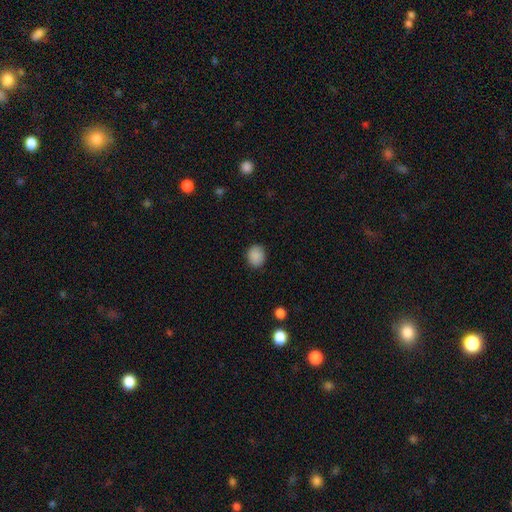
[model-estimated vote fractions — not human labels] smooth_or_featured: smooth (p=0.88) [alt: star or artifact p=0.08]
how_rounded: round (p=0.67) [alt: in between p=0.32]
merging: none (p=0.87) [alt: minor disturbance p=0.09]